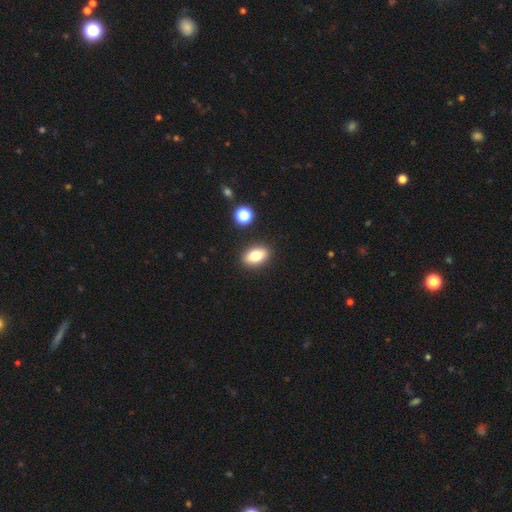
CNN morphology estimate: Smooth or featured? smooth (78%)
How rounded? in between (86%)
Merging? none (87%)